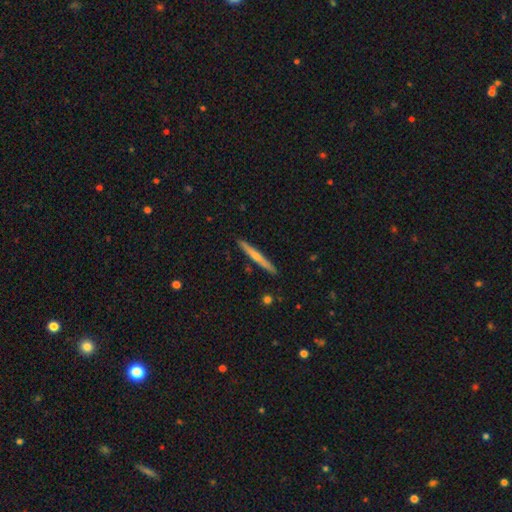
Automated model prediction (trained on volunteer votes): A featured or disk galaxy (56%) viewed edge-on (97%) with a rounded central bulge (61%).

Vote fractions:
- Smooth or featured? featured or disk: 56% / smooth: 39% / star or artifact: 6%
- Edge-on disk? yes: 97% / no: 3%
- Edge-on bulge? rounded: 61% / none: 35% / boxy: 4%
- Merging? none: 91% / minor disturbance: 6% / merger: 1% / major disturbance: 1%